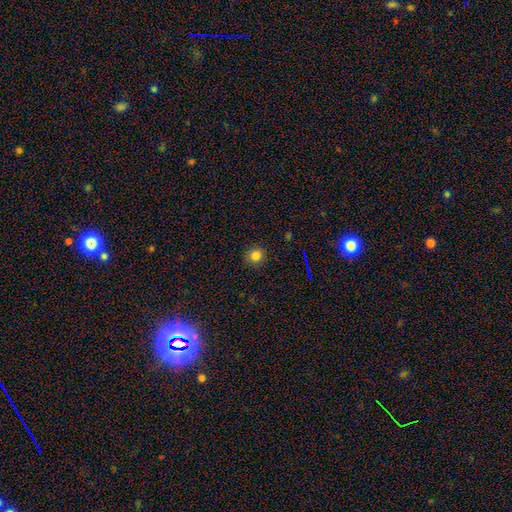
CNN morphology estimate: Smooth or featured? smooth (81%)
How rounded? round (91%)
Merging? none (90%)